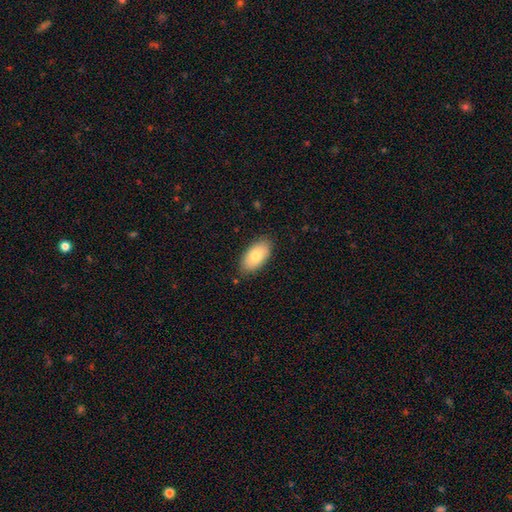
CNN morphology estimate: Q: Smooth or featured?
A: smooth (78%); runner-up: featured or disk (16%)
Q: How rounded?
A: in between (94%); runner-up: round (3%)
Q: Merging?
A: none (83%); runner-up: minor disturbance (13%)